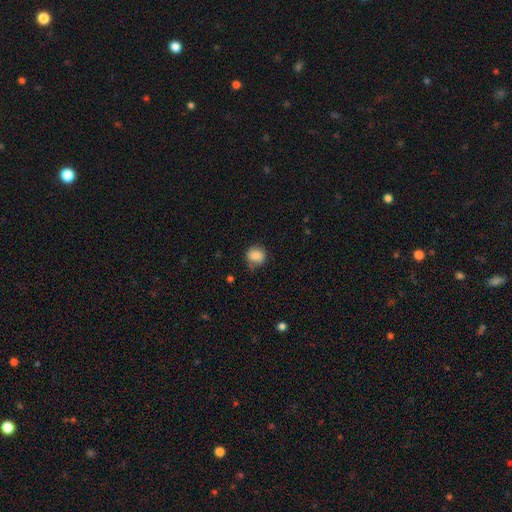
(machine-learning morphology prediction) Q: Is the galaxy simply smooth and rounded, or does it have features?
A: smooth — 84%.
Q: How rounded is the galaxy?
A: round — 78%.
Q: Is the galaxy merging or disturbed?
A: none — 69%.